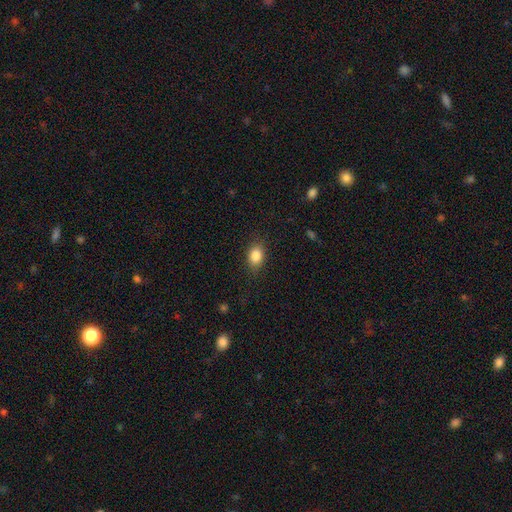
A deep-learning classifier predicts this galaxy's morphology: Q: Smooth or featured?
A: smooth (85%); runner-up: star or artifact (9%)
Q: How rounded?
A: in between (69%); runner-up: round (29%)
Q: Merging?
A: none (84%); runner-up: minor disturbance (12%)